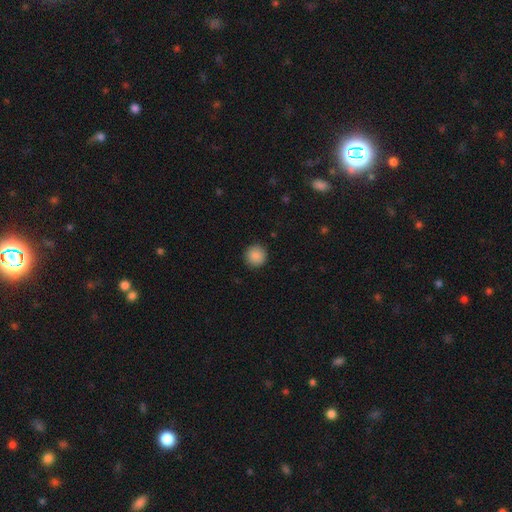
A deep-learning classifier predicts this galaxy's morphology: The model was most divided on "smooth or featured": smooth: 89%, star or artifact: 8%, featured or disk: 3%. More confident: how rounded — round (95%); merging — none (92%).